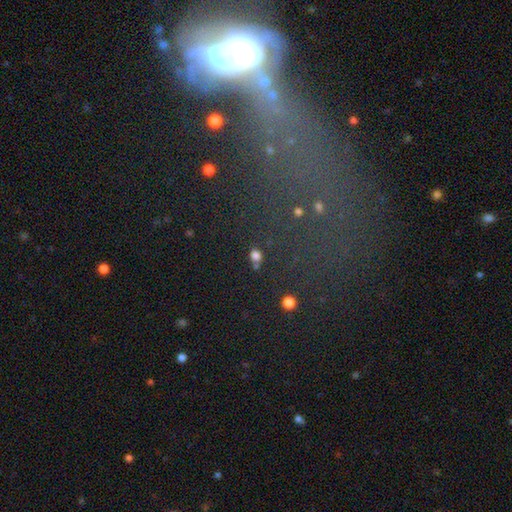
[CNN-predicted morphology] smooth-or-featured: smooth: 77% | star or artifact: 16% | featured or disk: 7%
  how-rounded: in between: 50% | round: 48% | cigar-shaped: 2%
  merging: none: 67% | minor disturbance: 14% | merger: 13% | major disturbance: 5%